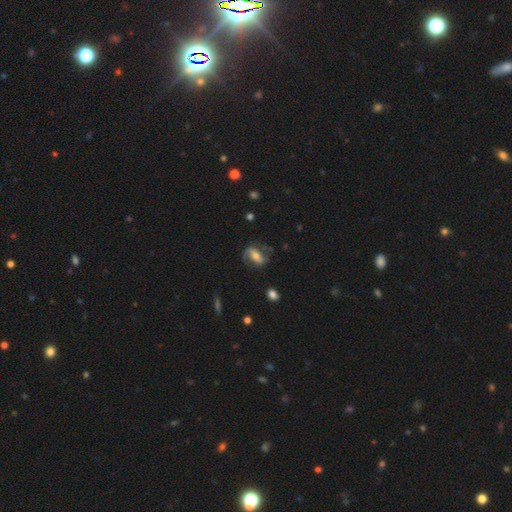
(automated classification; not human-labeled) The model was most divided on "spiral winding": medium: 41%, loose: 38%, tight: 21%. Remaining: edge-on disk — no (93%); spiral arms — yes (85%); spiral arm count — 2 (79%); smooth or featured — featured or disk (68%); merging — none (64%); bulge size — moderate (52%); bar — strong (47%).